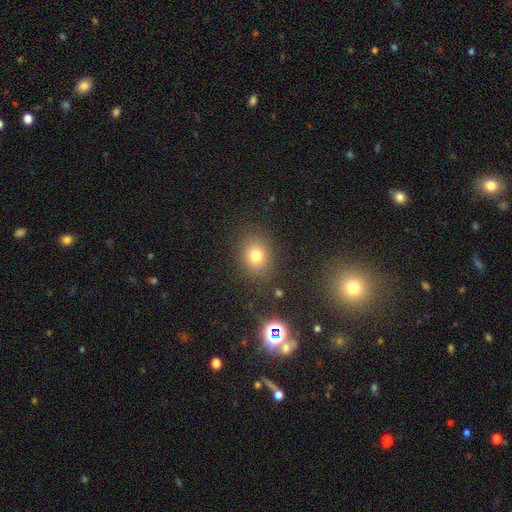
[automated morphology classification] This appears to be a smooth galaxy with no disk features (75%) that is round (62%). Merging: none (85%).